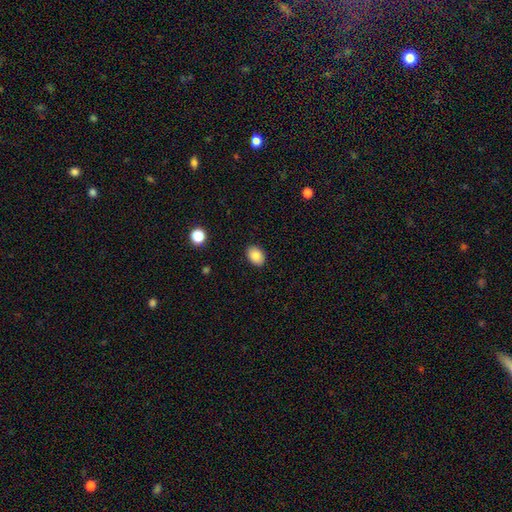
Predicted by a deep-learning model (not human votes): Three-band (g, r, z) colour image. It shows a smooth galaxy with no disk features (86%) that is in between round and cigar-shaped (77%). Merging: none (89%).